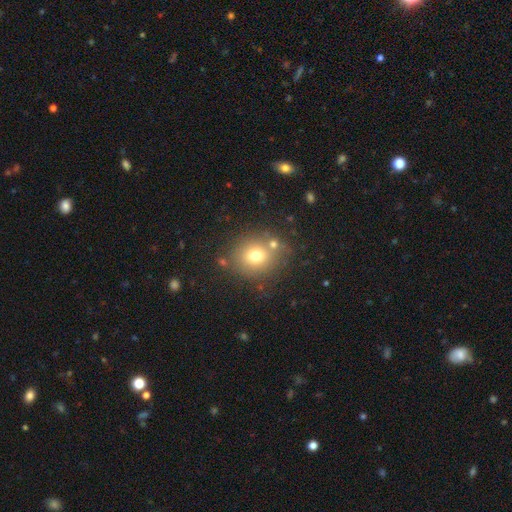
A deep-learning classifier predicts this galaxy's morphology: This is likely a smooth galaxy (72%). How rounded: likely round (78%). Merging: likely none (72%).